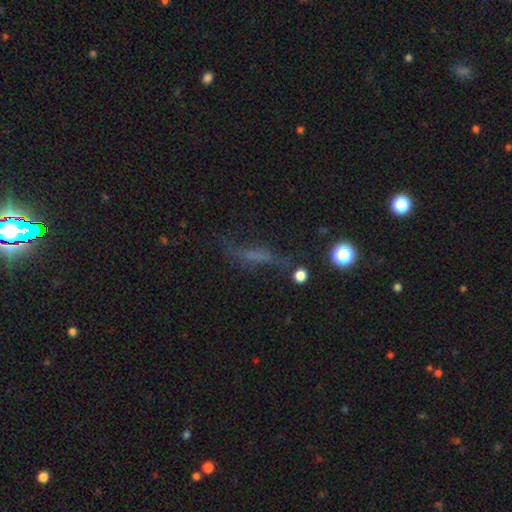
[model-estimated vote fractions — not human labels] Smooth or featured: smooth — 40% (featured or disk — 35%)
Merging: none — 52% (major disturbance — 21%)